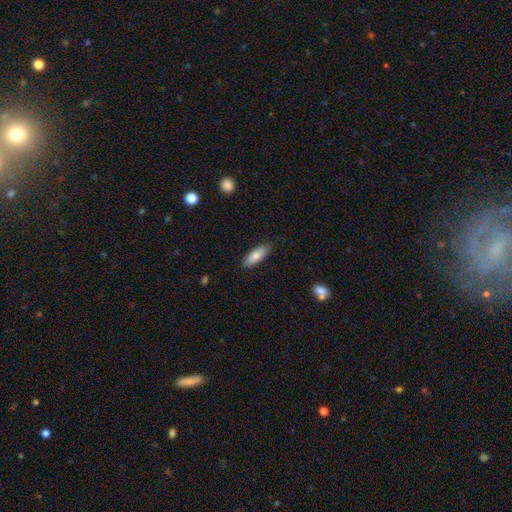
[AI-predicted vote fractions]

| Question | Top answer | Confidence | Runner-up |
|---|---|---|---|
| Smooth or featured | smooth | 82% | featured or disk (12%) |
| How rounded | in between | 59% | cigar-shaped (39%) |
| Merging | none | 83% | minor disturbance (13%) |